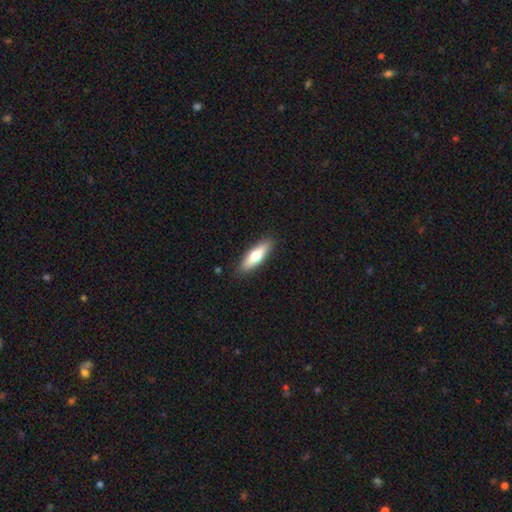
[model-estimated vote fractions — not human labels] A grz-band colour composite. It shows a smooth galaxy with no disk features (65%) that is cigar-shaped (52%). Merging: none (89%).